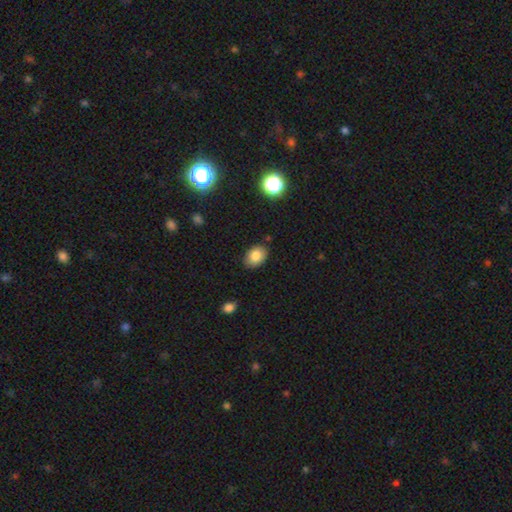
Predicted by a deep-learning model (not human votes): Smooth or featured? Predicted: smooth (p=0.83). How rounded? Predicted: in between (p=0.76). Merging? Predicted: none (p=0.84).